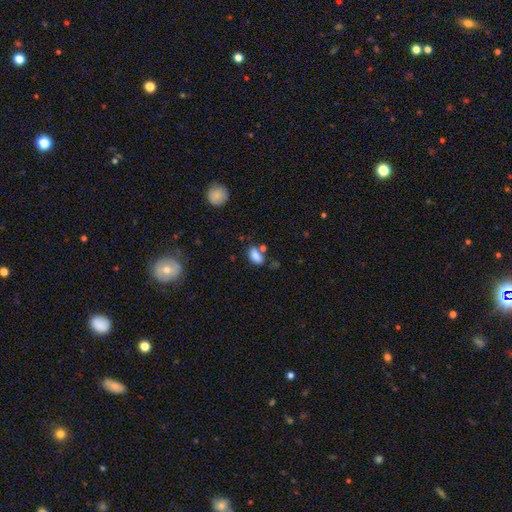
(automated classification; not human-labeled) This appears to be a smooth galaxy with no disk features (84%) that is in between round and cigar-shaped (90%). Merging: none (59%).